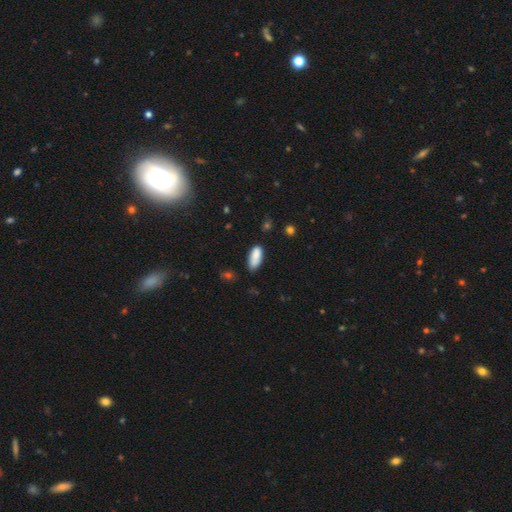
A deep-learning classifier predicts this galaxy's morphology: This appears to be a smooth galaxy with no disk features (85%) that is in between round and cigar-shaped (84%). Merging: none (64%).